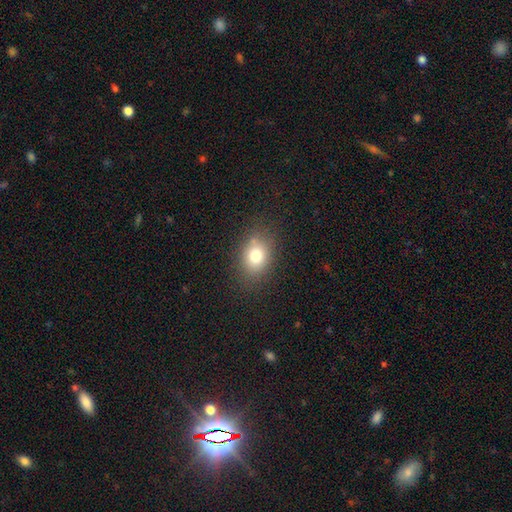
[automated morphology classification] A smooth galaxy with no disk features (76%) that is in between round and cigar-shaped (61%). Merging: none (80%).